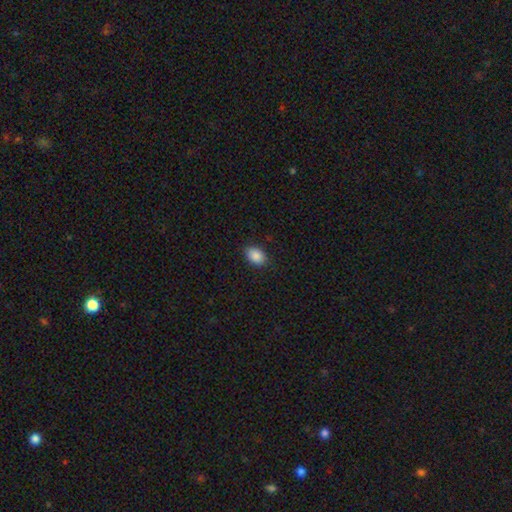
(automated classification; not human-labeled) A smooth galaxy with no disk features (89%) that is in between round and cigar-shaped (83%).

Vote fractions:
- Smooth or featured? smooth: 89% / star or artifact: 8% / featured or disk: 4%
- How rounded? in between: 83% / round: 16% / cigar-shaped: 1%
- Merging? none: 87% / minor disturbance: 10% / major disturbance: 2% / merger: 1%